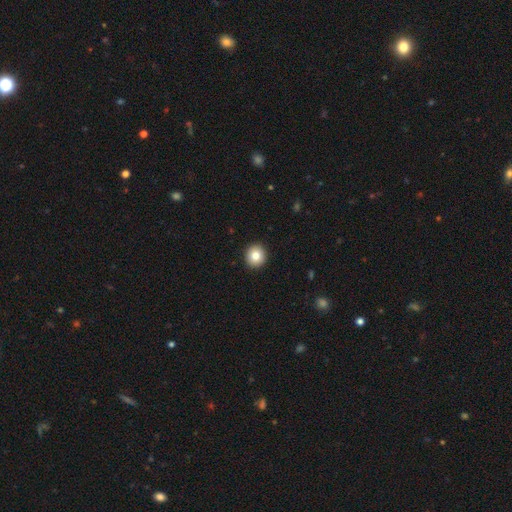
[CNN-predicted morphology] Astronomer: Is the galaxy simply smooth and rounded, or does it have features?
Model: smooth — 82%.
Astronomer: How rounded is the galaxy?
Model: round — 91%.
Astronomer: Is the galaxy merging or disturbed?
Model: none — 93%.